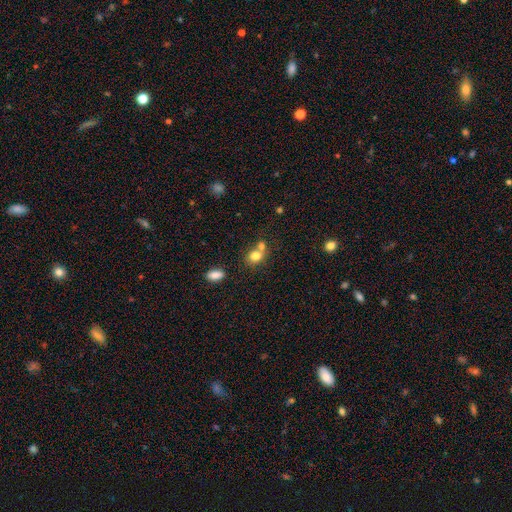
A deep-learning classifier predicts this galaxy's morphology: smooth_or_featured: smooth (p=0.78) [alt: star or artifact p=0.12]
how_rounded: round (p=0.60) [alt: in between p=0.39]
merging: merger (p=0.47) [alt: none p=0.41]